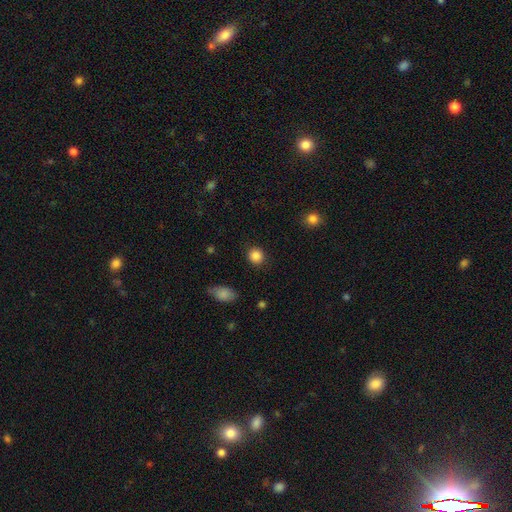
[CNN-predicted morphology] Smooth or featured?
  - smooth: 86% *
  - star or artifact: 10%
  - featured or disk: 4%
How rounded?
  - round: 84% *
  - in between: 15%
  - cigar-shaped: 1%
Merging?
  - none: 88% *
  - minor disturbance: 8%
  - major disturbance: 3%
  - merger: 1%